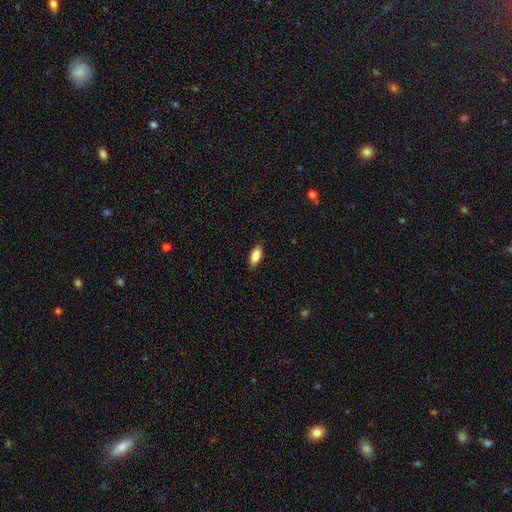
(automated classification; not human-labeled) Smooth or featured? smooth (88%)
How rounded? in between (82%)
Merging? none (86%)